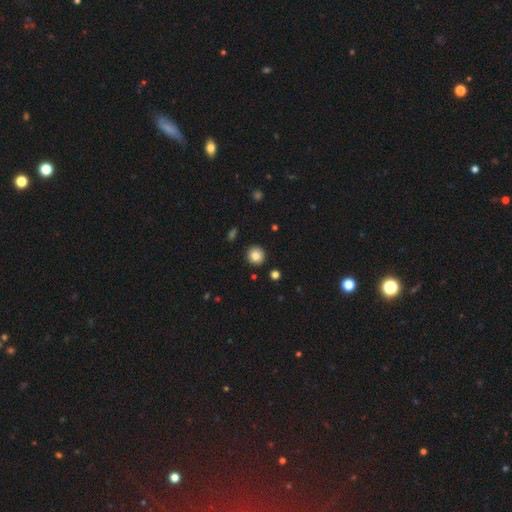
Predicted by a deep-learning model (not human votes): Smooth or featured?
  - smooth: 85% *
  - star or artifact: 9%
  - featured or disk: 5%
How rounded?
  - round: 92% *
  - in between: 7%
  - cigar-shaped: 1%
Merging?
  - none: 91% *
  - minor disturbance: 6%
  - major disturbance: 2%
  - merger: 2%